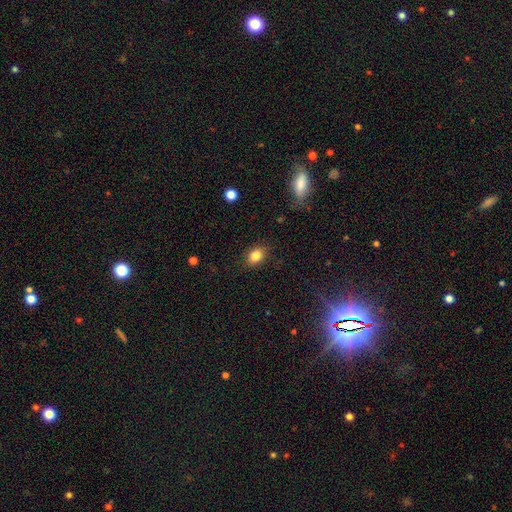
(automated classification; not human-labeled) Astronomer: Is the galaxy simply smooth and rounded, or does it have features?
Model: smooth — 84%.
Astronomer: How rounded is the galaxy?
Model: in between — 66%.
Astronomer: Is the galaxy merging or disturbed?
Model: none — 85%.